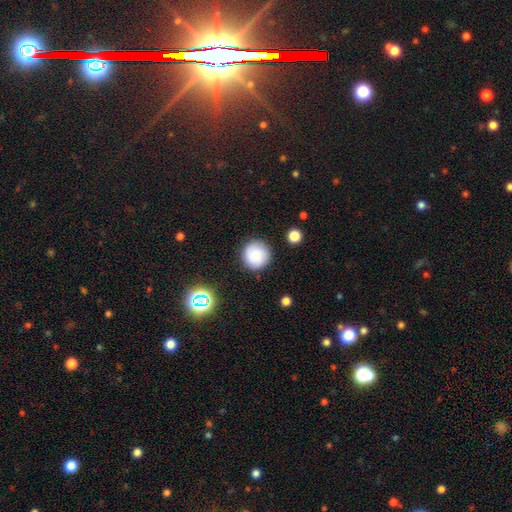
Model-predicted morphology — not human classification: smooth-or-featured: smooth: 81% | star or artifact: 10% | featured or disk: 9%
  how-rounded: round: 95% | in between: 4% | cigar-shaped: 1%
  merging: none: 87% | minor disturbance: 9% | major disturbance: 2% | merger: 2%